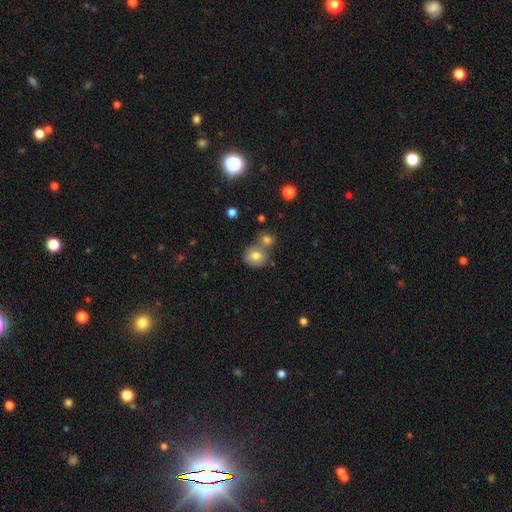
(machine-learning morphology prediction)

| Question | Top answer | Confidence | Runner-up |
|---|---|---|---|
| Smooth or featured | smooth | 76% | featured or disk (14%) |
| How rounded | round | 75% | in between (24%) |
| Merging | none | 49% | merger (36%) |